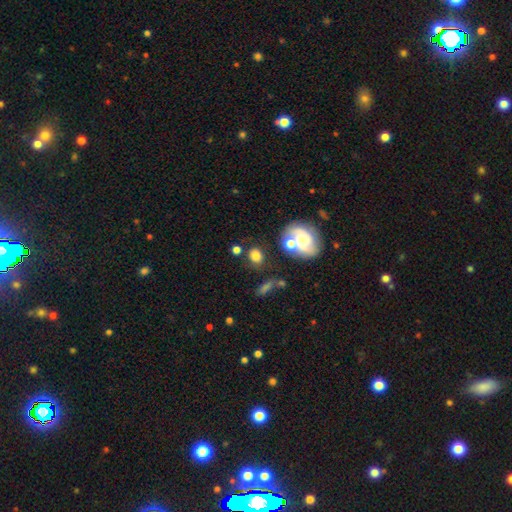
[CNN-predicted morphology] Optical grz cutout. It shows a smooth galaxy with no disk features (75%) that is round (64%). Merging: none (64%).